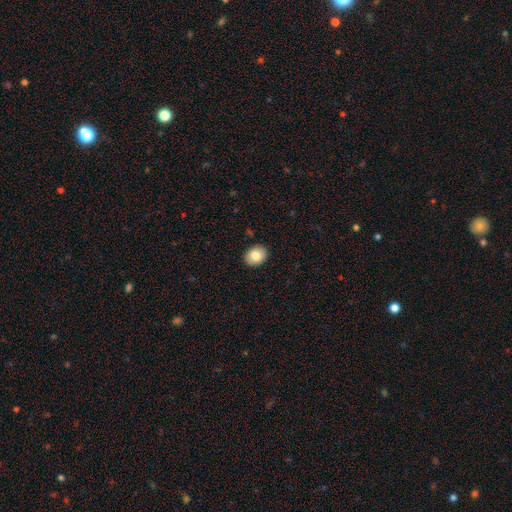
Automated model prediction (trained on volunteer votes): Smooth or featured?
  - smooth: 82% *
  - featured or disk: 10%
  - star or artifact: 8%
How rounded?
  - in between: 53% *
  - round: 46%
  - cigar-shaped: 1%
Merging?
  - none: 91% *
  - minor disturbance: 7%
  - major disturbance: 2%
  - merger: 1%